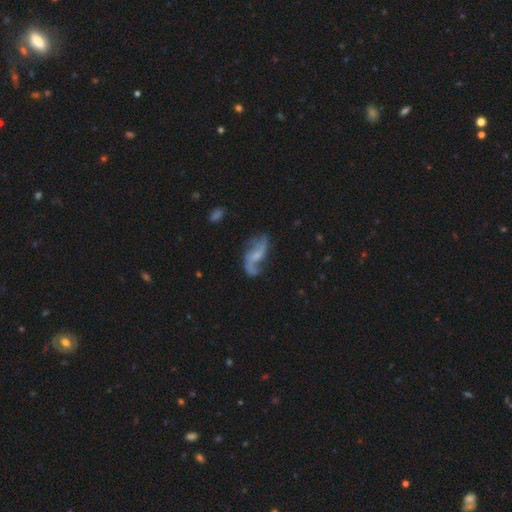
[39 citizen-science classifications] Morphology: type=featured or disk (90%); edge-on=no (100%); bar=no (66%); spiral arms=yes (91%); winding=loose (72%); arm count=2 (91%); bulge=small (43%); merging=none (39%).